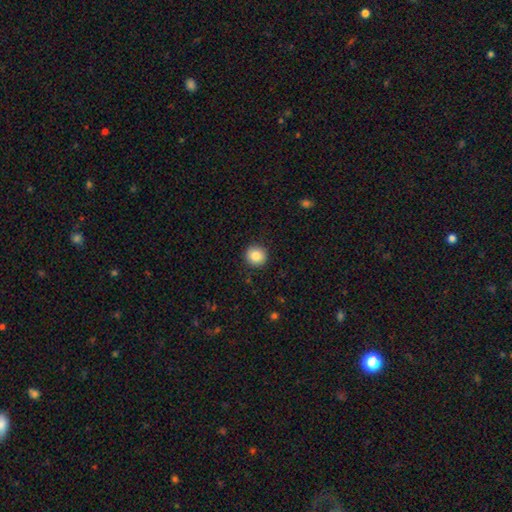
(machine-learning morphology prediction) Smooth or featured?
  - smooth: 85% *
  - star or artifact: 9%
  - featured or disk: 6%
How rounded?
  - round: 93% *
  - in between: 6%
  - cigar-shaped: 1%
Merging?
  - none: 92% *
  - minor disturbance: 6%
  - major disturbance: 2%
  - merger: 1%